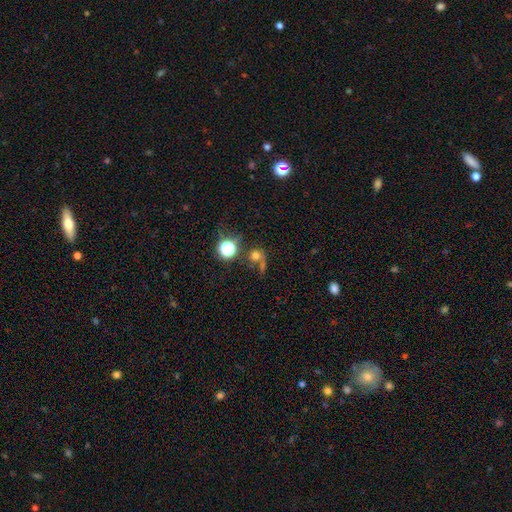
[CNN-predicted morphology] Smooth or featured? Predicted: smooth (p=0.62). How rounded? Predicted: round (p=0.84). Merging? Predicted: none (p=0.43).